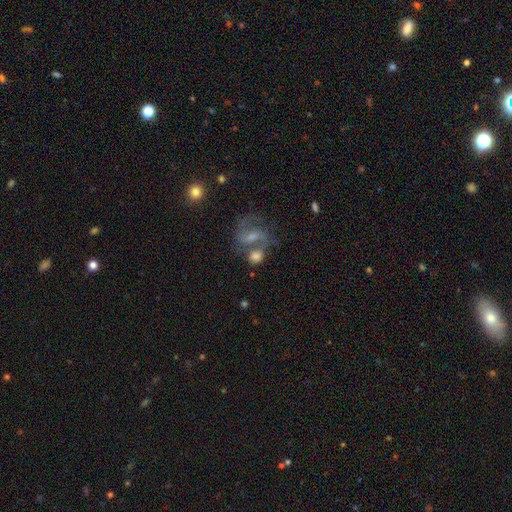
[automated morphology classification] type=smooth (52%); roundness=round (62%); merging=merger (44%).